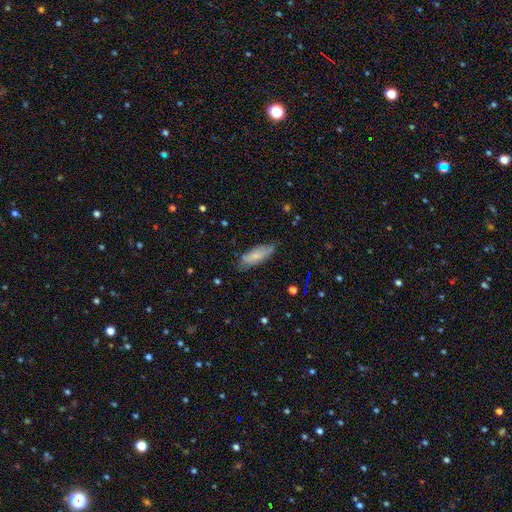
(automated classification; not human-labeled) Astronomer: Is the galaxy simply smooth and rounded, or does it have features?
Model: smooth — 72%.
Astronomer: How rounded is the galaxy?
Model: in between — 61% (runner-up: cigar-shaped, 37%).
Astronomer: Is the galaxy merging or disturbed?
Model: none — 67%.